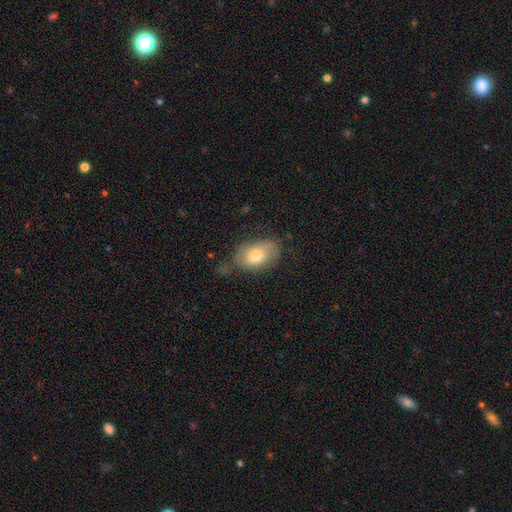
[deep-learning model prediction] Smooth or featured? Predicted: smooth (p=0.73). How rounded? Predicted: in between (p=0.88). Merging? Predicted: none (p=0.53).